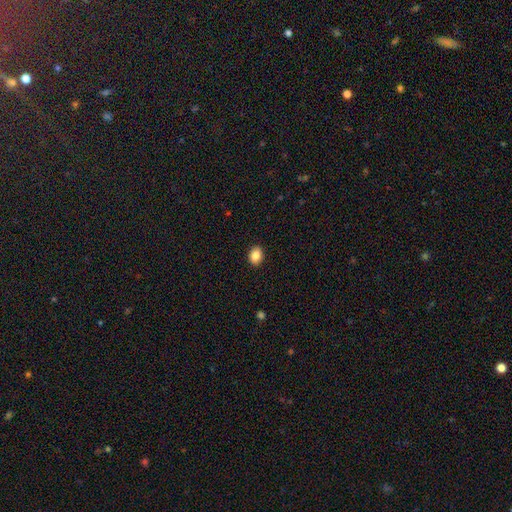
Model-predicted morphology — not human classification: A smooth galaxy with no disk features (86%) that is in between round and cigar-shaped (56%).

Vote fractions:
- Smooth or featured? smooth: 86% / star or artifact: 9% / featured or disk: 5%
- How rounded? in between: 56% / round: 43% / cigar-shaped: 1%
- Merging? none: 91% / minor disturbance: 7% / major disturbance: 2% / merger: 1%